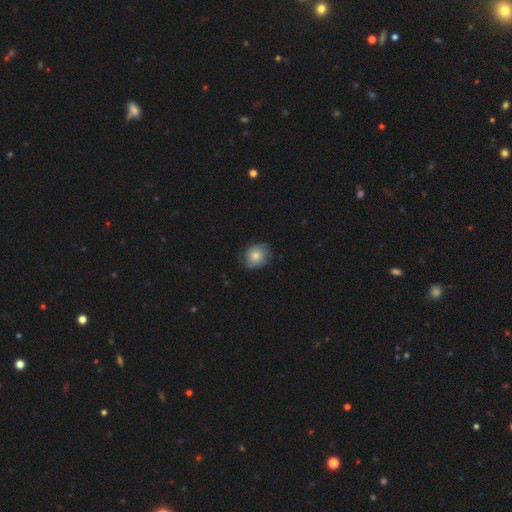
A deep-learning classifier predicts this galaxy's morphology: smooth_or_featured: smooth (p=0.64) [alt: featured or disk p=0.28]
how_rounded: round (p=0.69) [alt: in between p=0.30]
merging: none (p=0.74) [alt: minor disturbance p=0.20]